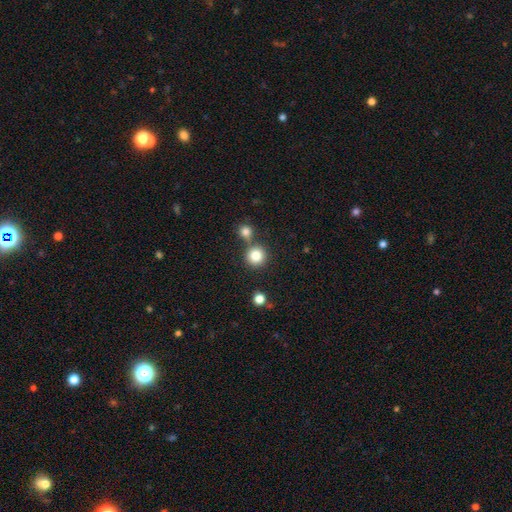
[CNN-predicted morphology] Smooth or featured? Predicted: smooth (p=0.83). How rounded? Predicted: round (p=0.94). Merging? Predicted: none (p=0.73).